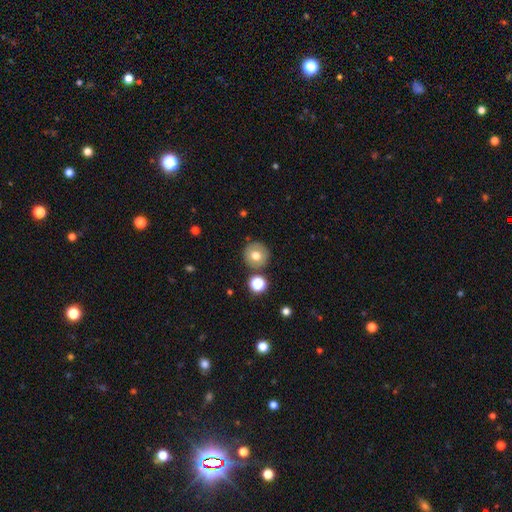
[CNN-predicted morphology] A smooth galaxy with no disk features (71%) that is round (94%).

Vote fractions:
- Smooth or featured? smooth: 71% / featured or disk: 19% / star or artifact: 11%
- How rounded? round: 94% / in between: 6% / cigar-shaped: 1%
- Merging? none: 83% / minor disturbance: 9% / merger: 6% / major disturbance: 3%